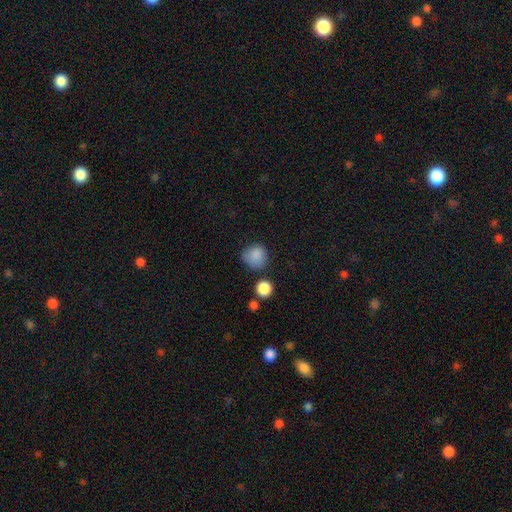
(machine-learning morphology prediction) smooth-or-featured: smooth: 85% | star or artifact: 9% | featured or disk: 5%
  how-rounded: round: 85% | in between: 14% | cigar-shaped: 1%
  merging: none: 64% | minor disturbance: 24% | major disturbance: 7% | merger: 5%